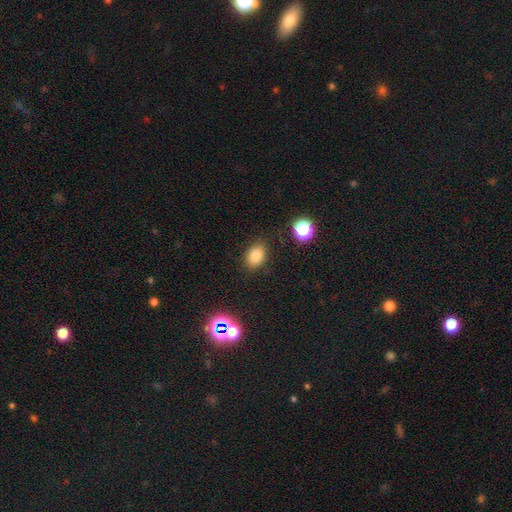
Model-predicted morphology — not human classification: A smooth galaxy with no disk features (82%) that is in between round and cigar-shaped (78%). Merging: none (85%).